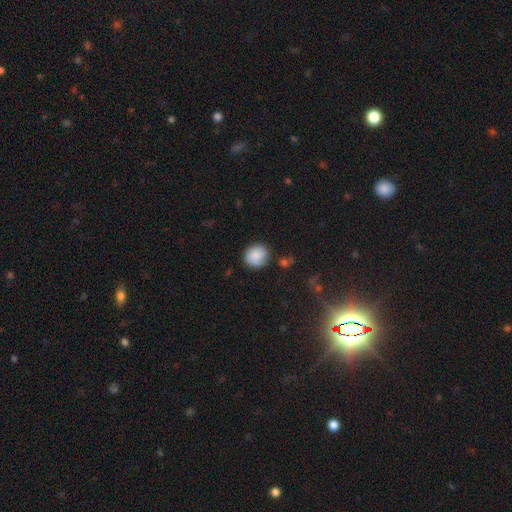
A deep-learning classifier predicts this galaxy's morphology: smooth_or_featured: smooth (p=0.82) [alt: featured or disk p=0.10]
how_rounded: round (p=0.83) [alt: in between p=0.16]
merging: none (p=0.74) [alt: minor disturbance p=0.18]